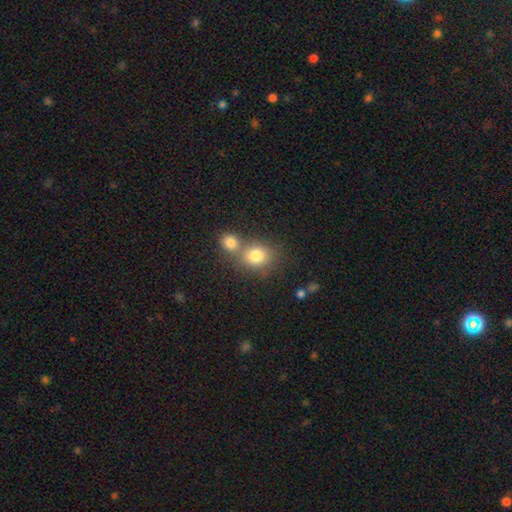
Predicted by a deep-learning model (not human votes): The model was most divided on "merging" (2-way tie): none: 44%, merger: 44%, minor disturbance: 8%, major disturbance: 3%. More confident: smooth or featured — smooth (81%); how rounded — round (72%).